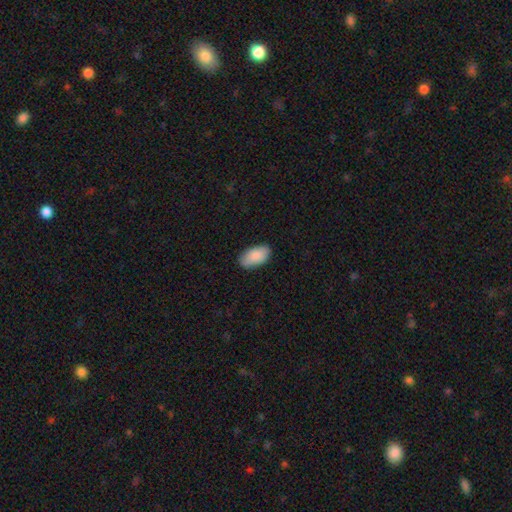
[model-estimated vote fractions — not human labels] The model was most divided on "merging": none: 86%, minor disturbance: 11%, major disturbance: 2%, merger: 1%. More confident: how rounded — in between (95%); smooth or featured — smooth (87%).